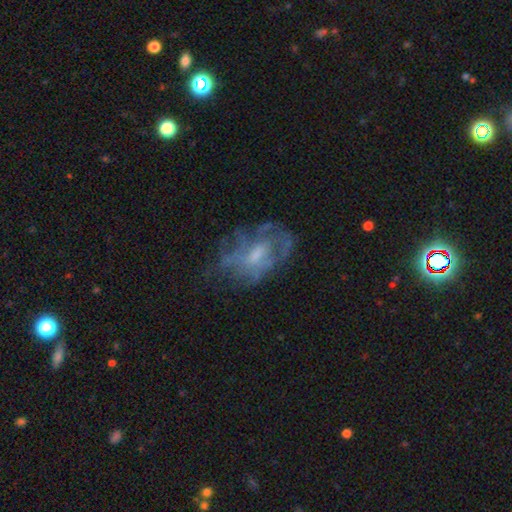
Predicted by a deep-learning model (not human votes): smooth_or_featured: featured or disk (p=0.65) [alt: smooth p=0.24]
disk_edge_on: no (p=0.96) [alt: yes p=0.04]
bar: no (p=0.61) [alt: weak p=0.34]
has_spiral_arms: no (p=0.59) [alt: yes p=0.41]
bulge_size: moderate (p=0.41) [alt: small p=0.36]
merging: none (p=0.48) [alt: major disturbance p=0.27]